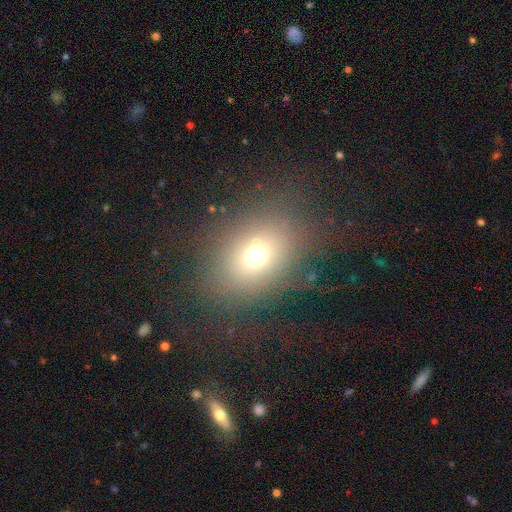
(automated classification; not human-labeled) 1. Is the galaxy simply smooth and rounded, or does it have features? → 67% smooth, 20% star or artifact, 14% featured or disk.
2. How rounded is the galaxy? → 57% in between, 42% round, 1% cigar-shaped.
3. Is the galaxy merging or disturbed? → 74% none, 12% minor disturbance, 9% major disturbance, 4% merger.